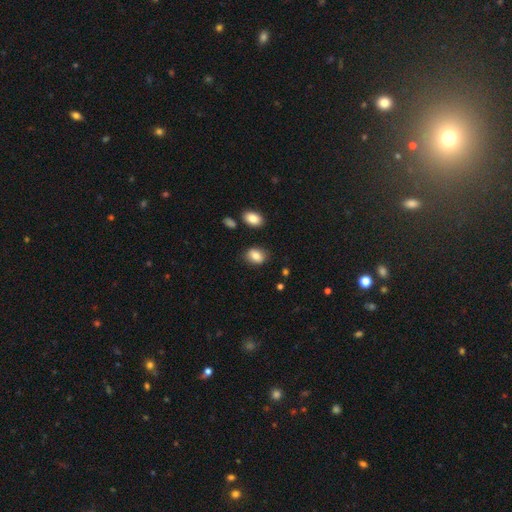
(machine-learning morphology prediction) Q: Smooth or featured?
A: smooth (83%); runner-up: featured or disk (8%)
Q: How rounded?
A: in between (70%); runner-up: round (29%)
Q: Merging?
A: none (82%); runner-up: minor disturbance (12%)